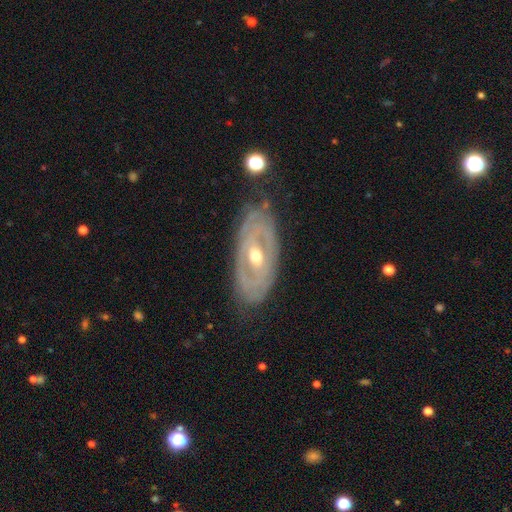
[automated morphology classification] Overall: featured or disk (79%). Edge-on disk: no (88%). Bar: no (57%; weak 29%). Spiral arms: yes (55%; no 45%). Bulge size: moderate (63%; small 33%). Merging: none (77%).